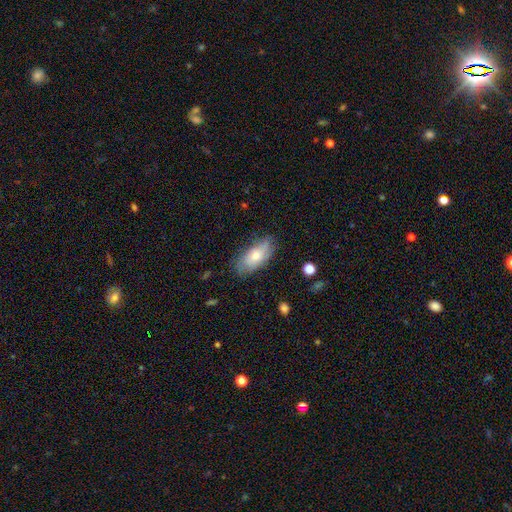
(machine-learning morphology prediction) Smooth or featured? Predicted: smooth (p=0.57). How rounded? Predicted: in between (p=0.87). Merging? Predicted: none (p=0.69).